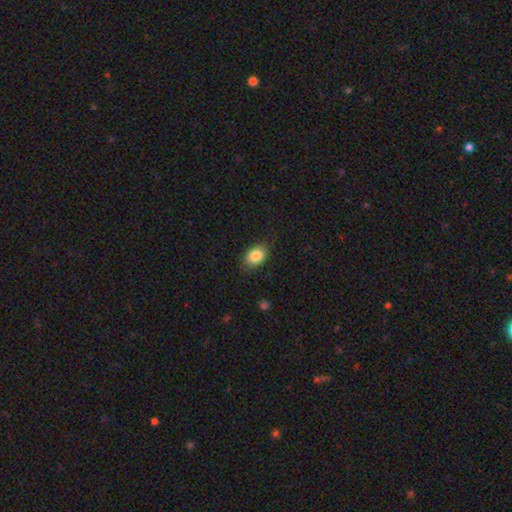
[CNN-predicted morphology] The model was most divided on "how rounded": in between: 78%, round: 21%, cigar-shaped: 1%. More confident: smooth or featured — smooth (84%); merging — none (84%).